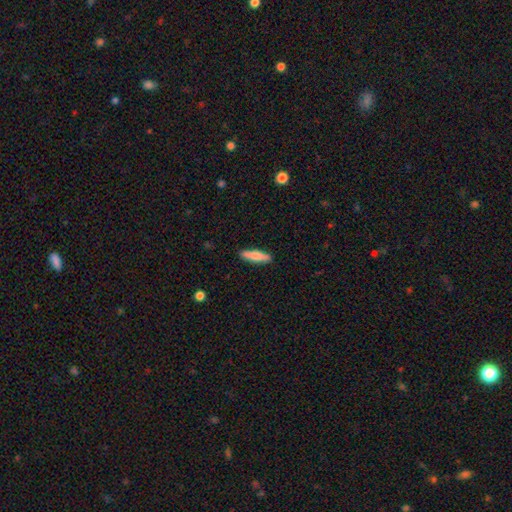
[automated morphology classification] Smooth or featured?
  - smooth: 71% *
  - featured or disk: 23%
  - star or artifact: 6%
How rounded?
  - cigar-shaped: 77% *
  - in between: 21%
  - round: 2%
Merging?
  - none: 89% *
  - minor disturbance: 8%
  - major disturbance: 2%
  - merger: 1%